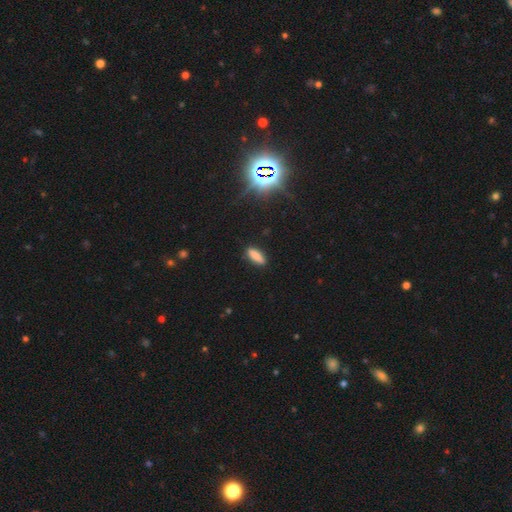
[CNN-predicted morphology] smooth_or_featured: smooth (p=0.82) [alt: star or artifact p=0.11]
how_rounded: in between (p=0.60) [alt: cigar-shaped p=0.38]
merging: none (p=0.87) [alt: minor disturbance p=0.10]